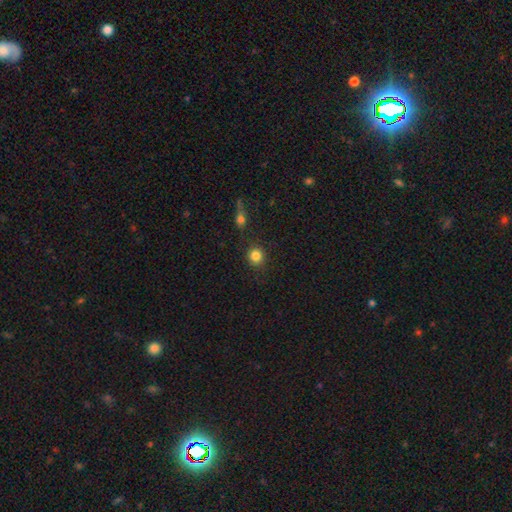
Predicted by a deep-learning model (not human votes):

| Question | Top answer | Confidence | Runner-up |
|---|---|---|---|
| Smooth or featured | smooth | 84% | star or artifact (11%) |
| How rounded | round | 88% | in between (11%) |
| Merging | none | 85% | minor disturbance (8%) |